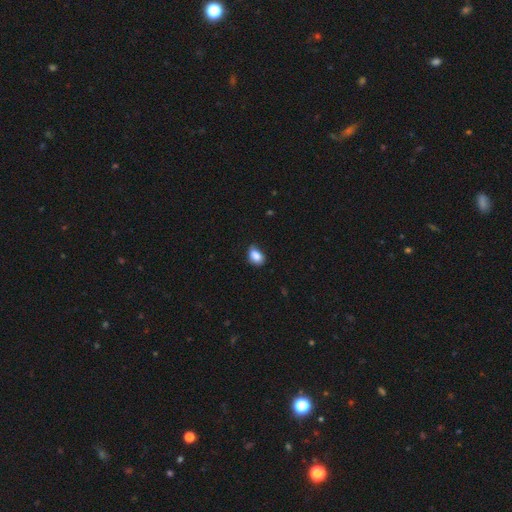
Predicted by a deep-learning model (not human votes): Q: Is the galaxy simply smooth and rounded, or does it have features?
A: smooth — 86%.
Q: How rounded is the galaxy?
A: in between — 82%.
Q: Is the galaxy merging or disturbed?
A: none — 65%.